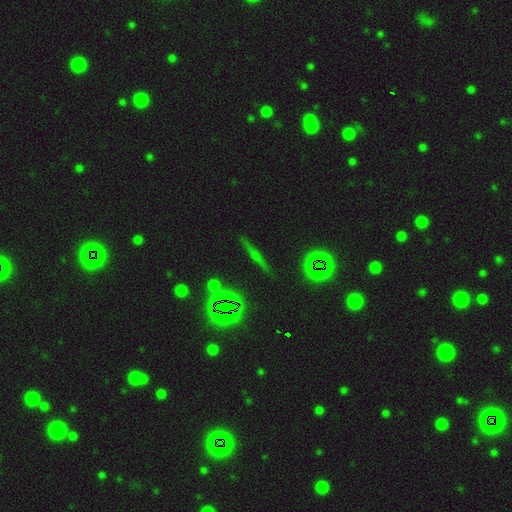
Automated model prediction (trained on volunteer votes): Q: Smooth or featured?
A: featured or disk (42%); runner-up: star or artifact (34%)
Q: Merging?
A: none (88%); runner-up: minor disturbance (7%)